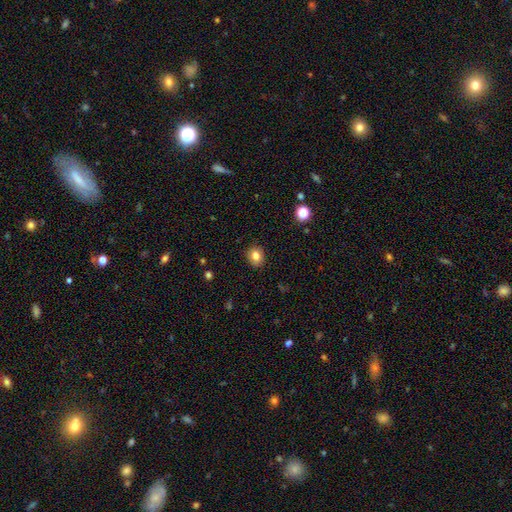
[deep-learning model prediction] smooth_or_featured: smooth (p=0.81) [alt: star or artifact p=0.11]
how_rounded: round (p=0.66) [alt: in between p=0.33]
merging: none (p=0.89) [alt: minor disturbance p=0.08]